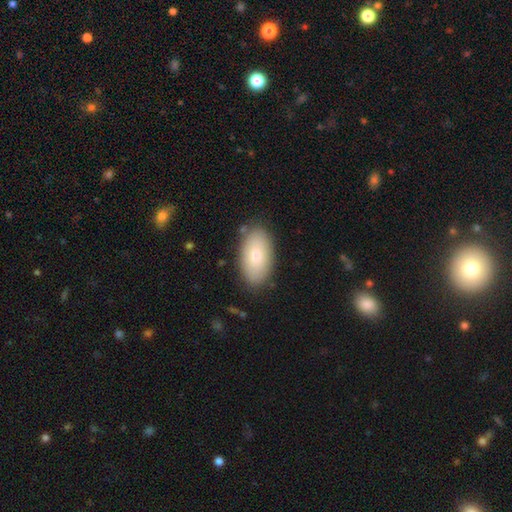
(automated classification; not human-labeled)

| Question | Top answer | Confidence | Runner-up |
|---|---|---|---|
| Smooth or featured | smooth | 79% | featured or disk (15%) |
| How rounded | in between | 95% | round (3%) |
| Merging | none | 84% | minor disturbance (12%) |